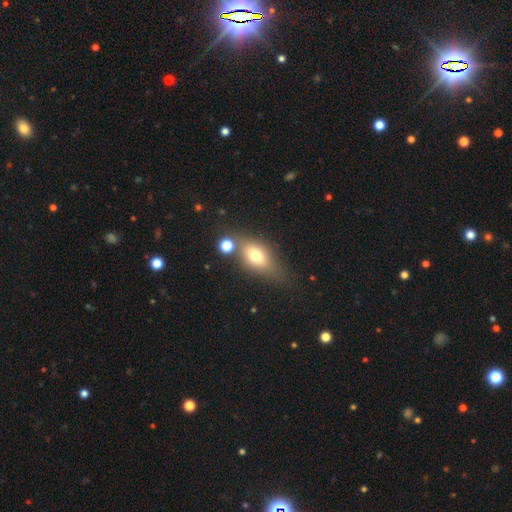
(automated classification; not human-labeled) Smooth or featured? Predicted: smooth (p=0.69). How rounded? Predicted: in between (p=0.77). Merging? Predicted: none (p=0.57).